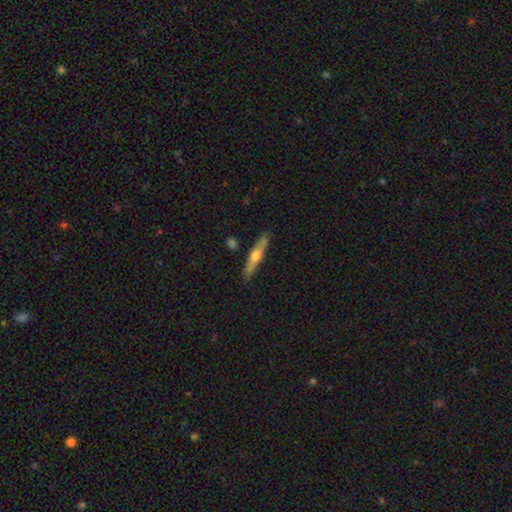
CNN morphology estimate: A featured or disk galaxy (58%) viewed edge-on (96%) with a rounded central bulge (91%).

Vote fractions:
- Smooth or featured? featured or disk: 58% / smooth: 36% / star or artifact: 6%
- Edge-on disk? yes: 96% / no: 4%
- Edge-on bulge? rounded: 91% / none: 6% / boxy: 3%
- Merging? none: 88% / minor disturbance: 8% / merger: 2% / major disturbance: 2%